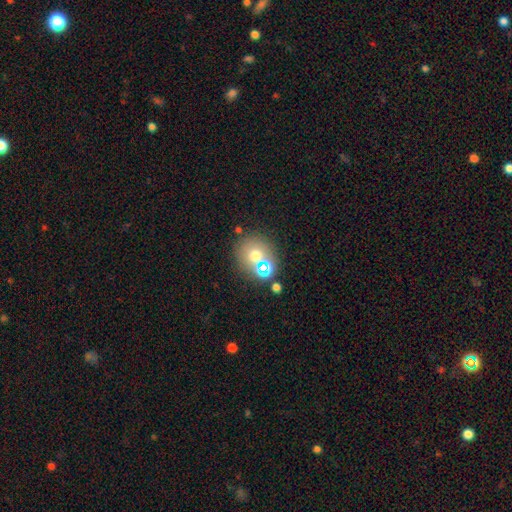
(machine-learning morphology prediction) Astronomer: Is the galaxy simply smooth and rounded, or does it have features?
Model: smooth — 65%.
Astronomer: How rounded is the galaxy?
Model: round — 83%.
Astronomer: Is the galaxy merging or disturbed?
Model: none — 67%.